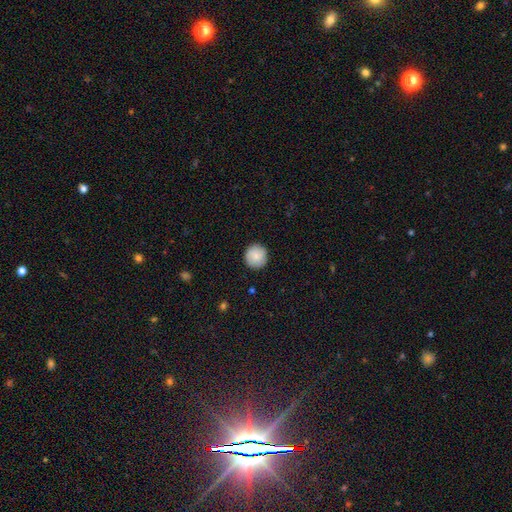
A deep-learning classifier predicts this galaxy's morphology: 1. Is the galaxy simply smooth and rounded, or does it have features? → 86% smooth, 7% featured or disk, 7% star or artifact.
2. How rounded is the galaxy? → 95% round, 4% in between, 1% cigar-shaped.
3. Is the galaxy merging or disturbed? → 91% none, 7% minor disturbance, 2% major disturbance, 1% merger.